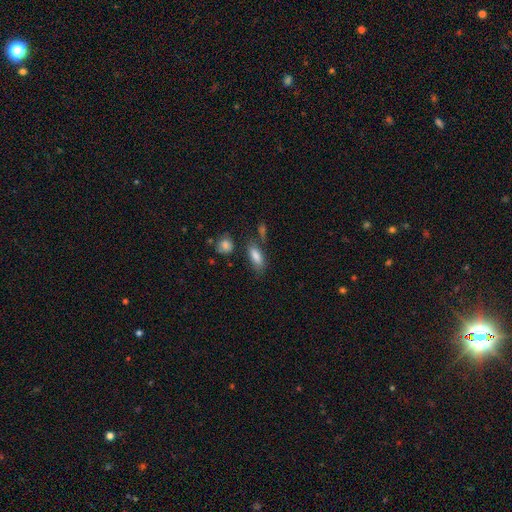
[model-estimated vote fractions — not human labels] smooth 82%, featured or disk 10%, star or artifact 8%. Down the decision tree: how rounded — in between (78%); merging — none (64%).